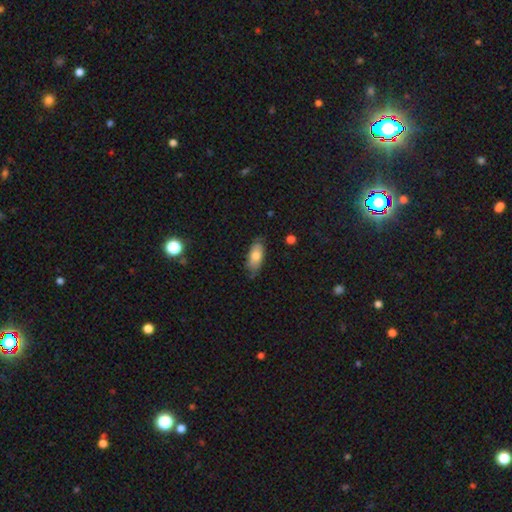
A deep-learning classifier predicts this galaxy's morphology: smooth_or_featured: smooth (p=0.68) [alt: featured or disk p=0.25]
how_rounded: in between (p=0.85) [alt: cigar-shaped p=0.11]
merging: none (p=0.67) [alt: minor disturbance p=0.26]